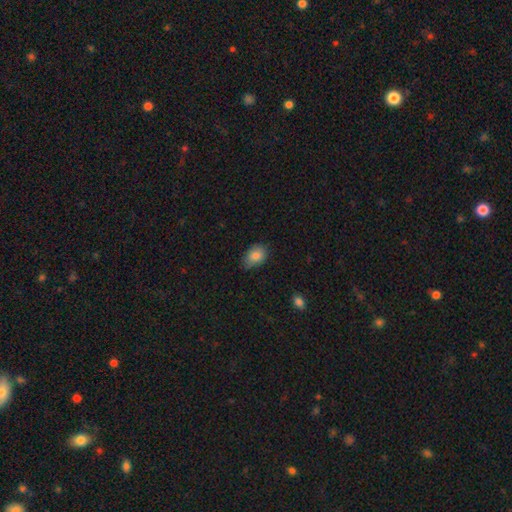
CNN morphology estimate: smooth 84%, featured or disk 8%, star or artifact 8%. Down the decision tree: how rounded — in between (80%); merging — none (66%).